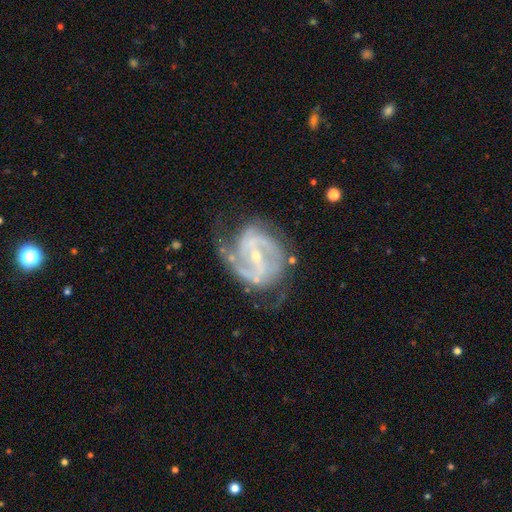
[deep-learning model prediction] smooth-or-featured: featured or disk: 90% | star or artifact: 5% | smooth: 5%
  disk-edge-on: no: 97% | yes: 3%
    bar: weak: 41% (tied) | strong: 41% (tied) | no: 18%
    has-spiral-arms: yes: 96% | no: 4%
      spiral-winding: medium: 52% | tight: 32% | loose: 16%
      spiral-arm-count: 2: 74% | can't tell: 9% | 3: 9% | 1: 3% | 4: 2% | more than 4: 2%
    bulge-size: small: 71% | moderate: 25% | none: 2% | large: 1% | dominant: 1%
  merging: none: 60% | minor disturbance: 23% | major disturbance: 15% | merger: 2%